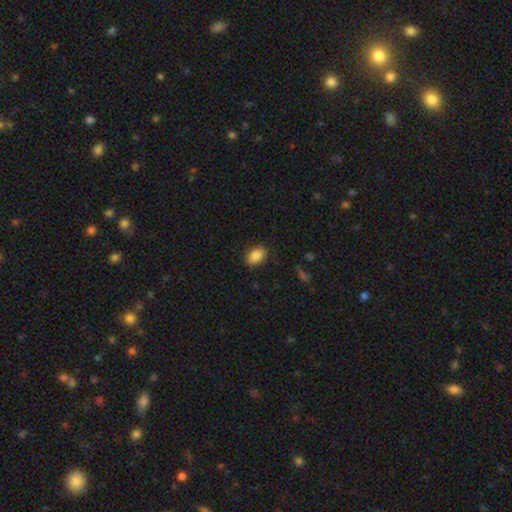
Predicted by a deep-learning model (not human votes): This is clearly a smooth galaxy (87%). How rounded: clearly in between (82%). Merging: clearly none (87%).